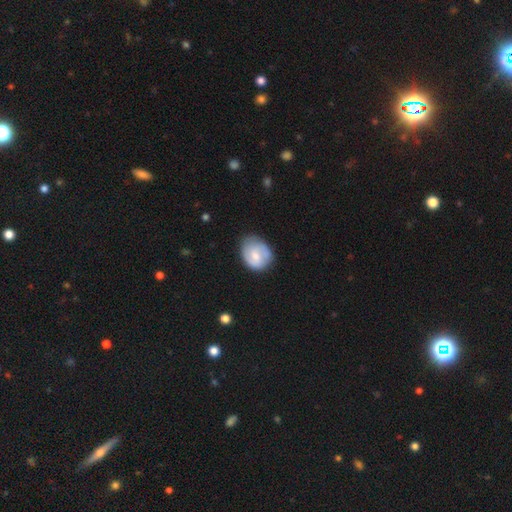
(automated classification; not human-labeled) A smooth galaxy with no disk features (48%).

Vote fractions:
- Smooth or featured? smooth: 48% / featured or disk: 46% / star or artifact: 6%
- Merging? none: 66% / minor disturbance: 25% / major disturbance: 7% / merger: 2%